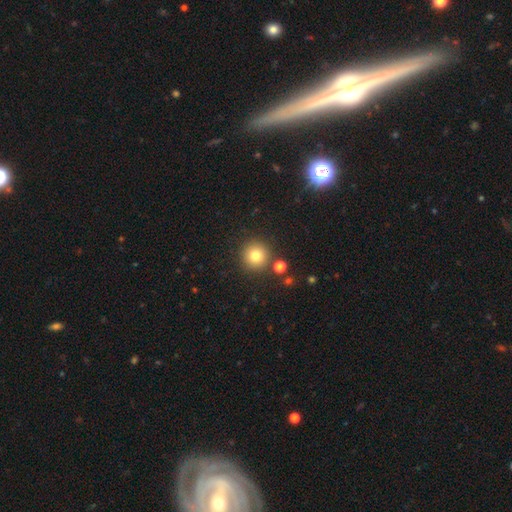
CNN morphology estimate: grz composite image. It shows a smooth galaxy with no disk features (80%) that is round (95%). Merging: none (85%).